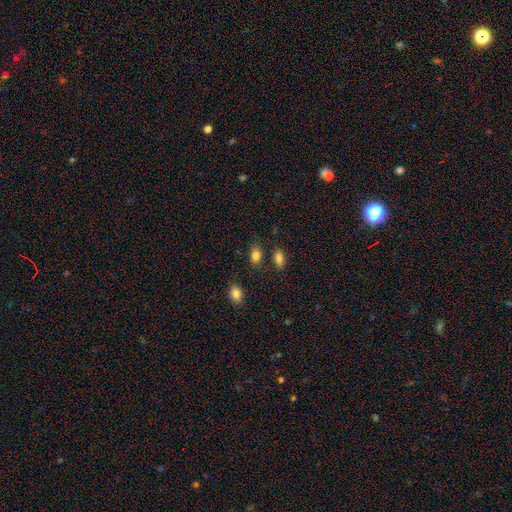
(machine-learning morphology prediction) Q: Smooth or featured?
A: smooth (85%); runner-up: star or artifact (10%)
Q: How rounded?
A: in between (84%); runner-up: round (14%)
Q: Merging?
A: none (75%); runner-up: minor disturbance (15%)